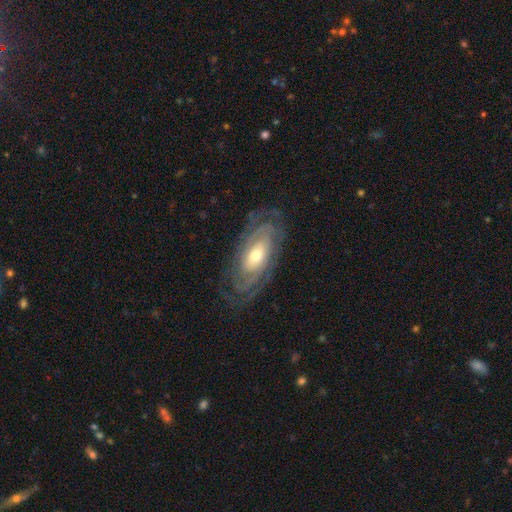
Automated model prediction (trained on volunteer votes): This is clearly a featured or disk galaxy (83%). It is clearly not viewed edge-on (91%). Bar: likely no (71%). Spiral arm pattern: clearly yes (91%). Spiral arm count: marginally can't tell (45%). Spiral winding: likely tight (73%). Central bulge: possibly moderate (56%). Merging: likely none (76%).